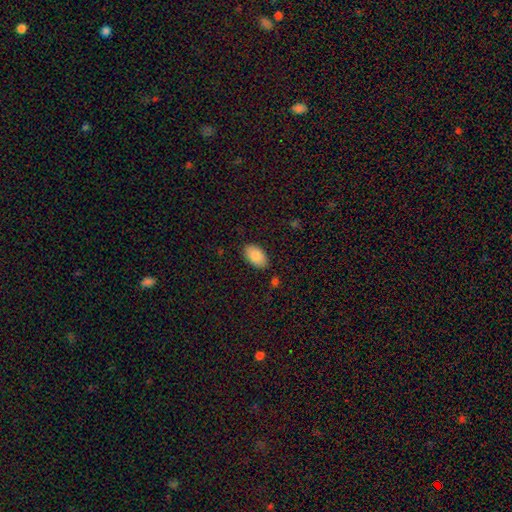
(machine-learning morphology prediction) smooth-or-featured: smooth: 87% | featured or disk: 7% | star or artifact: 6%
  how-rounded: in between: 95% | round: 4% | cigar-shaped: 1%
  merging: none: 85% | minor disturbance: 11% | major disturbance: 2% | merger: 2%